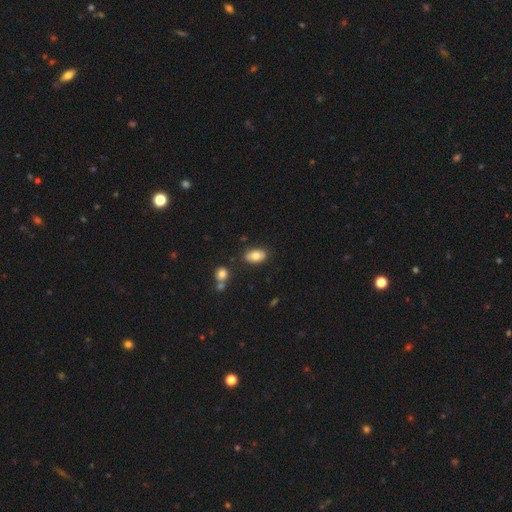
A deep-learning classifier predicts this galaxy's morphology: The model was most divided on "smooth or featured": smooth: 79%, featured or disk: 13%, star or artifact: 8%. More confident: how rounded — in between (91%); merging — none (82%).